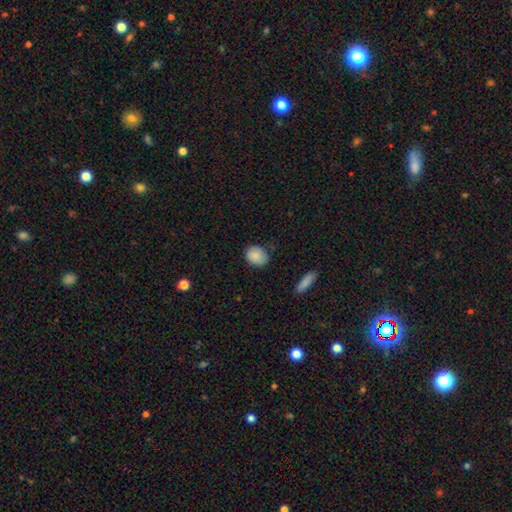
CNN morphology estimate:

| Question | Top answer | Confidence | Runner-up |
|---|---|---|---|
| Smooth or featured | smooth | 88% | star or artifact (7%) |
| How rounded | round | 54% | in between (45%) |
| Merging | none | 75% | minor disturbance (20%) |